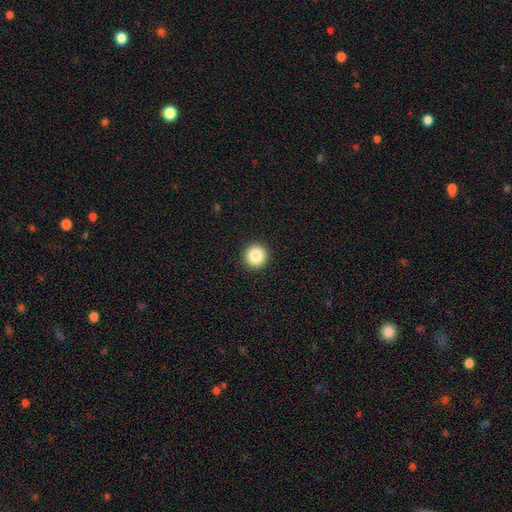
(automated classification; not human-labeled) This is clearly a smooth galaxy (86%). How rounded: clearly round (95%). Merging: clearly none (93%).